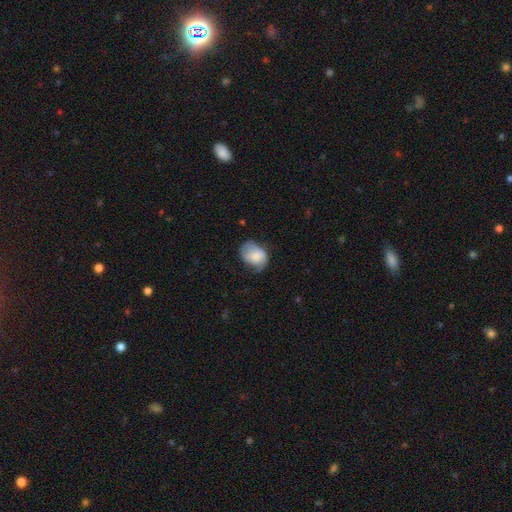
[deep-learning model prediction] Overall: smooth (62%; featured or disk 31%). How rounded: in between (64%; round 35%). Merging: none (43%; minor disturbance 36%).